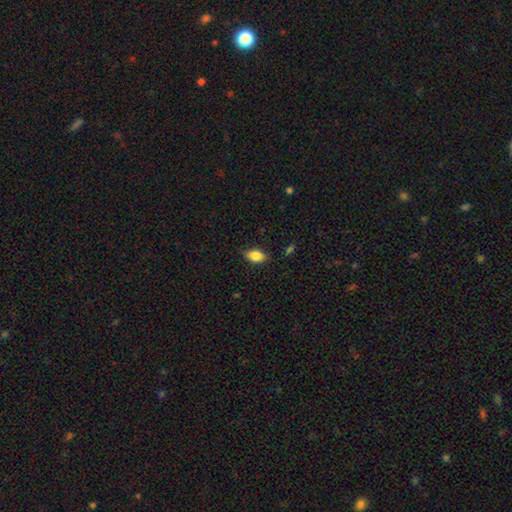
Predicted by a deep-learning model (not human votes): A smooth galaxy with no disk features (85%) that is in between round and cigar-shaped (89%).

Vote fractions:
- Smooth or featured? smooth: 85% / star or artifact: 8% / featured or disk: 7%
- How rounded? in between: 89% / round: 8% / cigar-shaped: 3%
- Merging? none: 82% / minor disturbance: 14% / major disturbance: 3% / merger: 1%